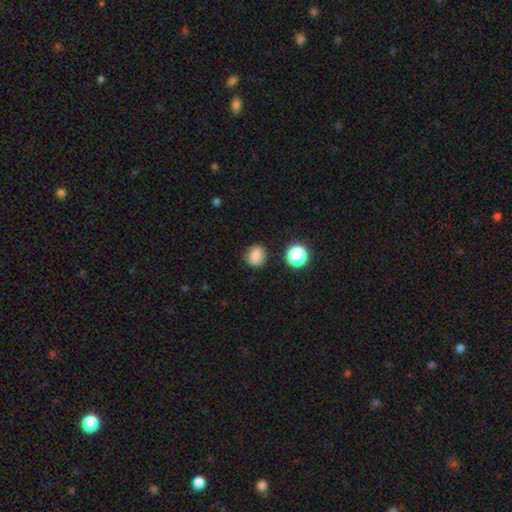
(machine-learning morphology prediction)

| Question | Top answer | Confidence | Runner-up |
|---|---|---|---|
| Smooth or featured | smooth | 80% | star or artifact (13%) |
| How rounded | round | 64% | in between (35%) |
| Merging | none | 78% | minor disturbance (15%) |